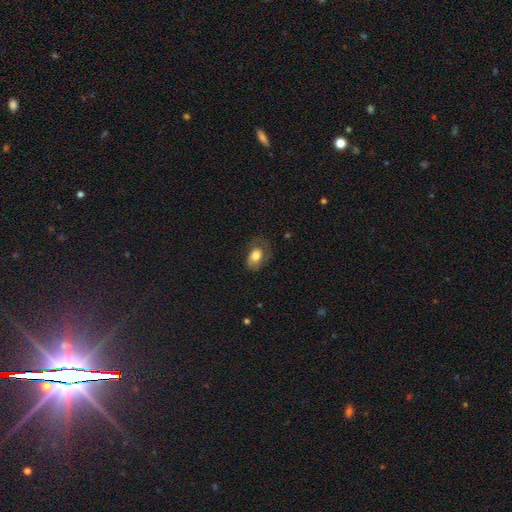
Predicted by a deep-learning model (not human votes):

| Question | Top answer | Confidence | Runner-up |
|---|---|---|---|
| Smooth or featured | smooth | 68% | featured or disk (24%) |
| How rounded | in between | 80% | round (19%) |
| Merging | none | 45% | minor disturbance (27%) |